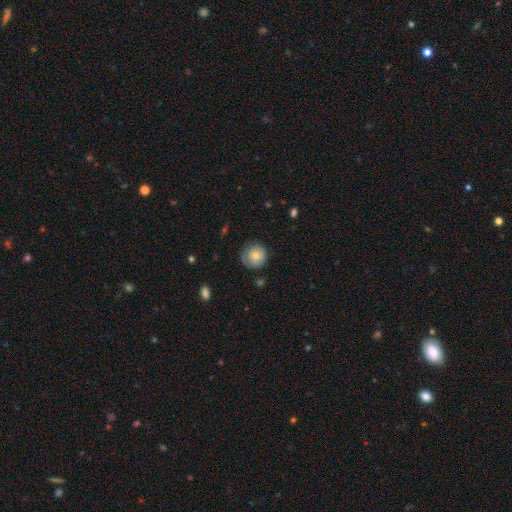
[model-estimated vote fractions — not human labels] Smooth or featured: smooth — 69% (featured or disk — 23%)
How rounded: round — 91% (in between — 8%)
Merging: none — 71% (minor disturbance — 22%)